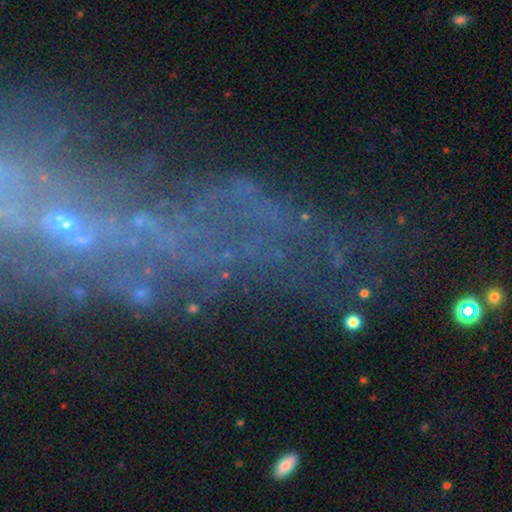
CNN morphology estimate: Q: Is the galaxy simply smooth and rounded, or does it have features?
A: featured or disk — 48%.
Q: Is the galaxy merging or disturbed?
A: none — 47%.